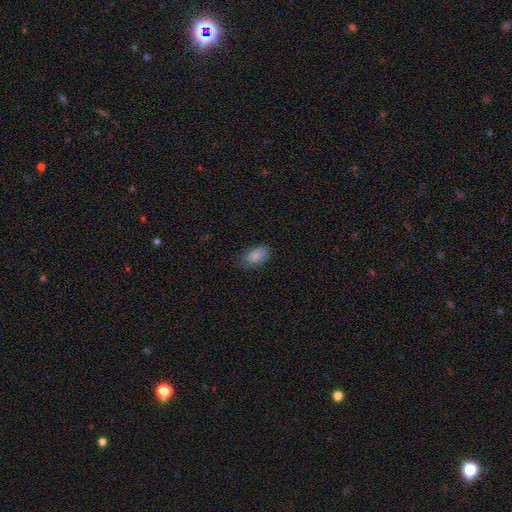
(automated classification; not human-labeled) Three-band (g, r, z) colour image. It shows a smooth galaxy with no disk features (87%) that is in between round and cigar-shaped (92%). Merging: none (79%).